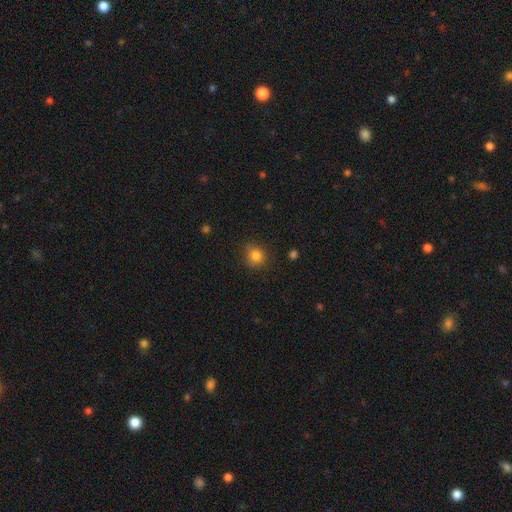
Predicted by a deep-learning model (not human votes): smooth-or-featured: smooth: 82% | star or artifact: 12% | featured or disk: 6%
  how-rounded: round: 82% | in between: 17% | cigar-shaped: 1%
  merging: none: 76% | minor disturbance: 18% | major disturbance: 4% | merger: 2%